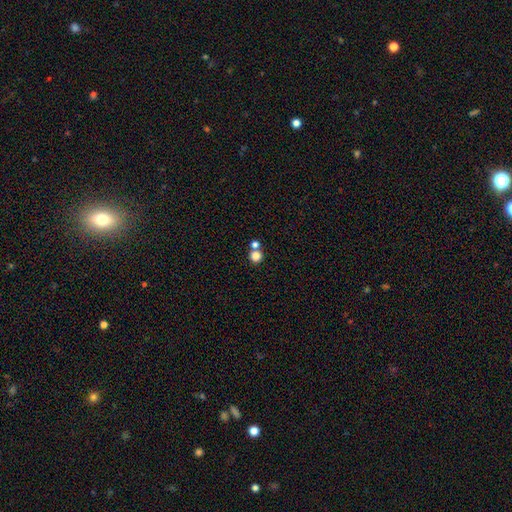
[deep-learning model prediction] The model was most divided on "merging": none: 60%, merger: 31%, minor disturbance: 6%, major disturbance: 3%. More confident: how rounded — round (91%); smooth or featured — smooth (81%).